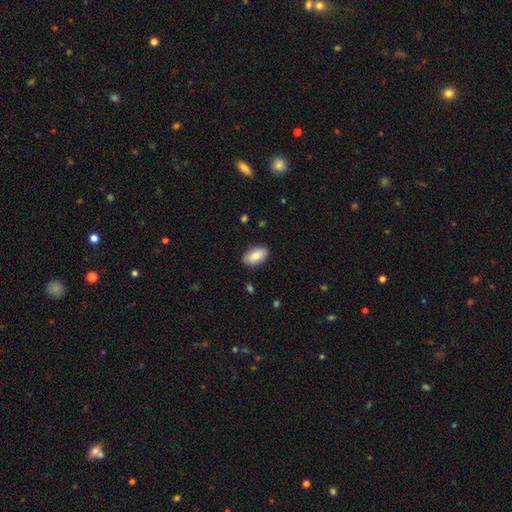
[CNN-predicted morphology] Q: Smooth or featured?
A: smooth (78%); runner-up: featured or disk (16%)
Q: How rounded?
A: in between (93%); runner-up: round (5%)
Q: Merging?
A: none (84%); runner-up: minor disturbance (12%)